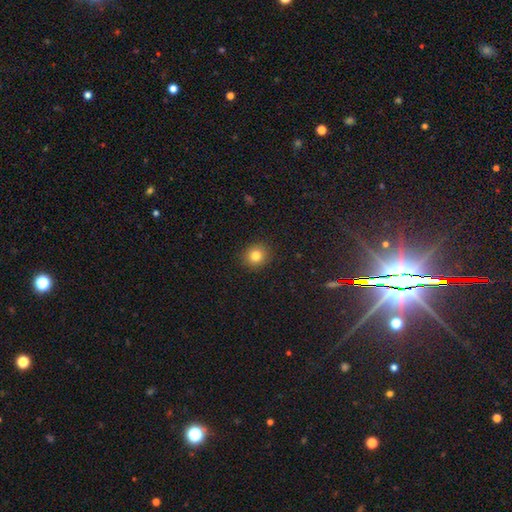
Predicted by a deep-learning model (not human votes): The model was most divided on "how rounded": round: 84%, in between: 15%, cigar-shaped: 1%. More confident: merging — none (90%); smooth or featured — smooth (81%).